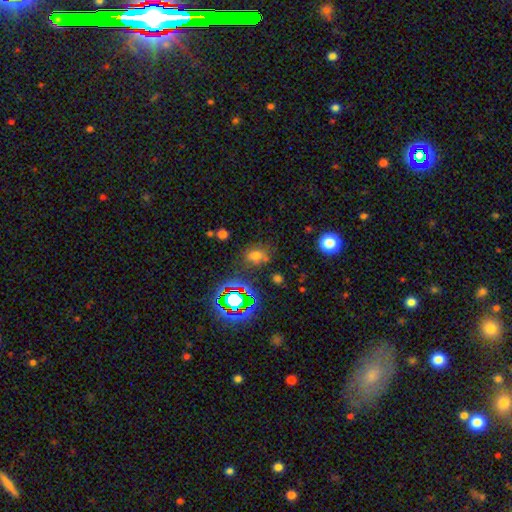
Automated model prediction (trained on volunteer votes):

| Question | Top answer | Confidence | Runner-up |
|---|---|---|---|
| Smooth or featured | smooth | 58% | star or artifact (30%) |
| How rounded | in between | 61% | round (37%) |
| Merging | none | 68% | minor disturbance (18%) |